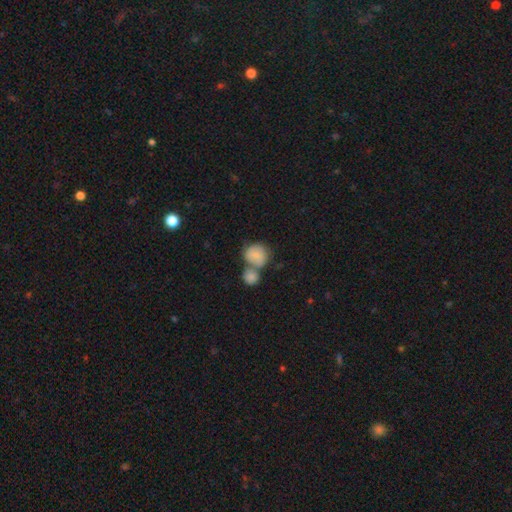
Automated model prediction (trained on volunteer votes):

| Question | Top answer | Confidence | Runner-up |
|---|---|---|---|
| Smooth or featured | smooth | 77% | featured or disk (16%) |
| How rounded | round | 77% | in between (22%) |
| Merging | merger | 61% | none (25%) |